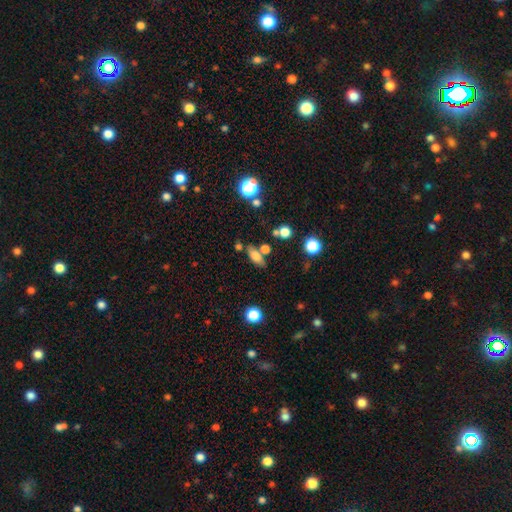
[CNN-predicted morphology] Smooth or featured: smooth — 74% (featured or disk — 15%)
How rounded: in between — 72% (cigar-shaped — 19%)
Merging: none — 63% (merger — 16%)